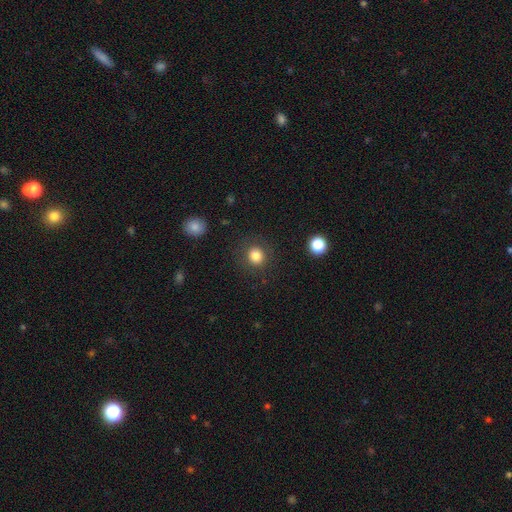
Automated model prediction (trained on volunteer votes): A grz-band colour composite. It shows a smooth galaxy with no disk features (84%) that is round (86%). Merging: none (85%).